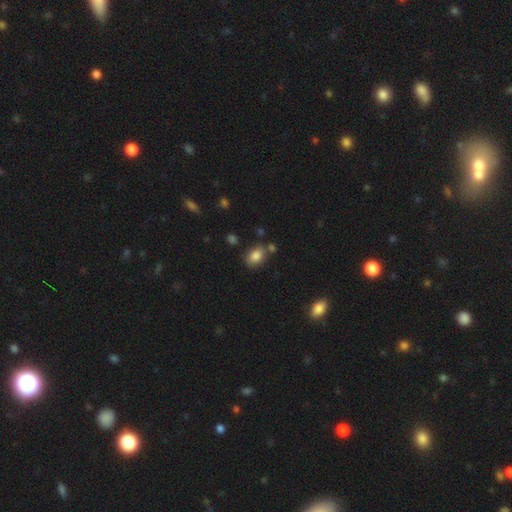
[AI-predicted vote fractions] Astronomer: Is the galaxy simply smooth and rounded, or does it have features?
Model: smooth — 84%.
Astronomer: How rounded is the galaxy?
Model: in between — 82%.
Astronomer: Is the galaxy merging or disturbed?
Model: none — 71%.